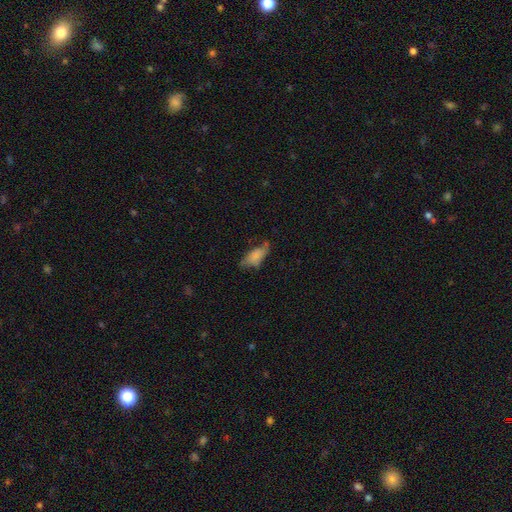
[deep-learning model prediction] A smooth galaxy with no disk features (72%) that is in between round and cigar-shaped (79%).

Vote fractions:
- Smooth or featured? smooth: 72% / featured or disk: 19% / star or artifact: 9%
- How rounded? in between: 79% / cigar-shaped: 18% / round: 3%
- Merging? none: 45% / minor disturbance: 34% / major disturbance: 17% / merger: 4%